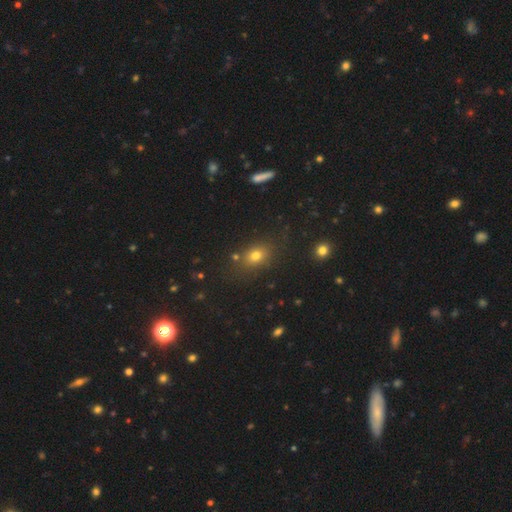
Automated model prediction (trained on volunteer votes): Smooth or featured? Predicted: smooth (p=0.72). How rounded? Predicted: in between (p=0.55). Merging? Predicted: none (p=0.78).